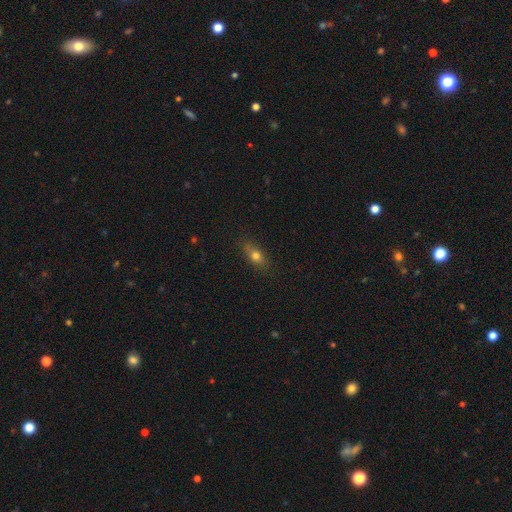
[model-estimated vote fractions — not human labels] Morphology: type=smooth (70%); roundness=in between (68%); merging=none (79%).